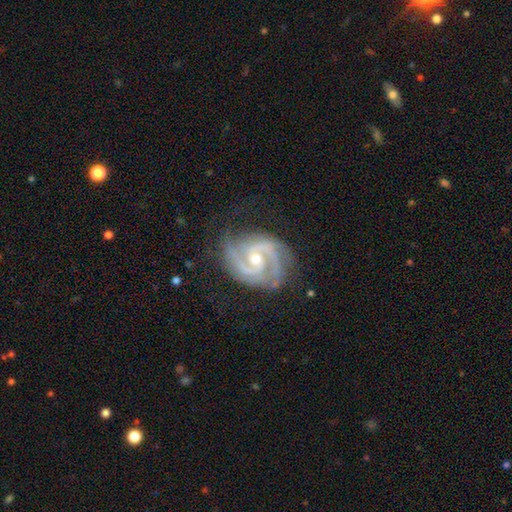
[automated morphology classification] A featured or disk galaxy (92%) with a weak bar (42%), 2 (73%) medium (47%) spiral arms (98%) and a moderate central bulge (53%). Merging: none (74%).